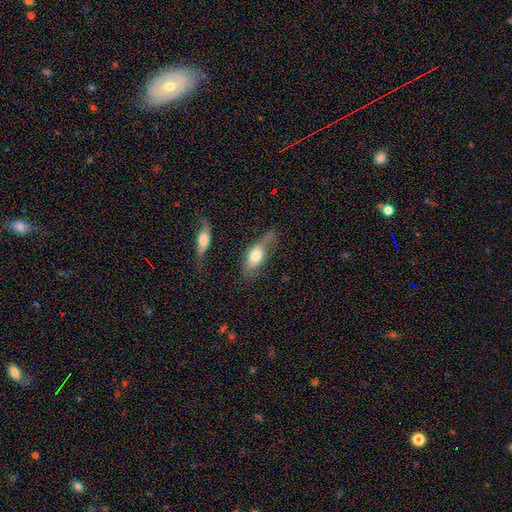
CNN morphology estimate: smooth 62%, featured or disk 31%, star or artifact 7%. Down the decision tree: how rounded — in between (79%); merging — none (41%).